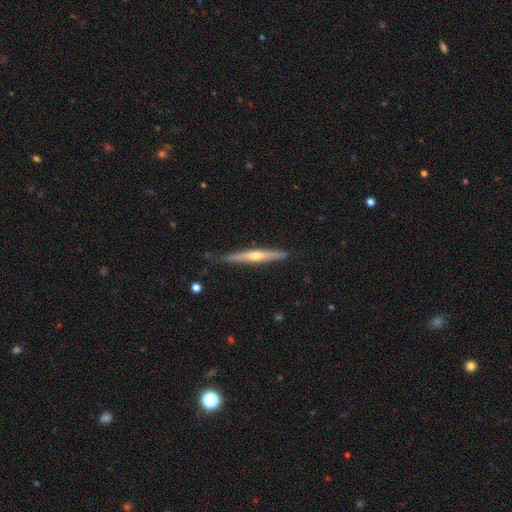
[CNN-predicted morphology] This appears to be a featured or disk galaxy (70%) viewed edge-on (97%) with a rounded central bulge (84%). Merging: none (81%).